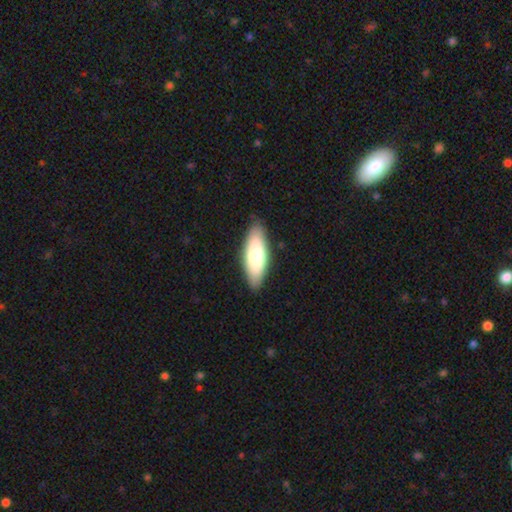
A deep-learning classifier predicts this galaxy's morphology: Smooth or featured?
  - smooth: 72% *
  - featured or disk: 23%
  - star or artifact: 5%
How rounded?
  - in between: 69% *
  - cigar-shaped: 29%
  - round: 2%
Merging?
  - none: 87% *
  - minor disturbance: 10%
  - major disturbance: 2%
  - merger: 1%